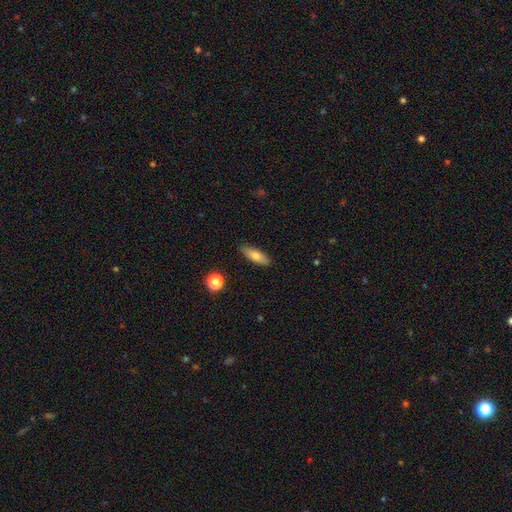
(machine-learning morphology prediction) smooth-or-featured: smooth: 75% | featured or disk: 18% | star or artifact: 7%
  how-rounded: in between: 56% | cigar-shaped: 41% | round: 3%
  merging: none: 87% | minor disturbance: 9% | major disturbance: 2% | merger: 1%